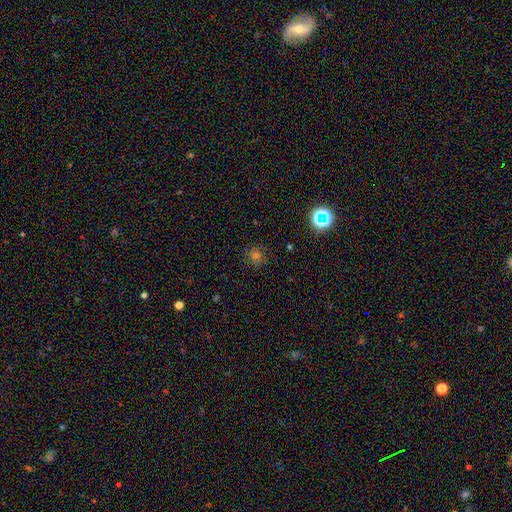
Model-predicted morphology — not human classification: smooth-or-featured: smooth: 63% | star or artifact: 29% | featured or disk: 7%
  how-rounded: round: 92% | in between: 7% | cigar-shaped: 1%
  merging: none: 88% | minor disturbance: 8% | major disturbance: 3% | merger: 1%